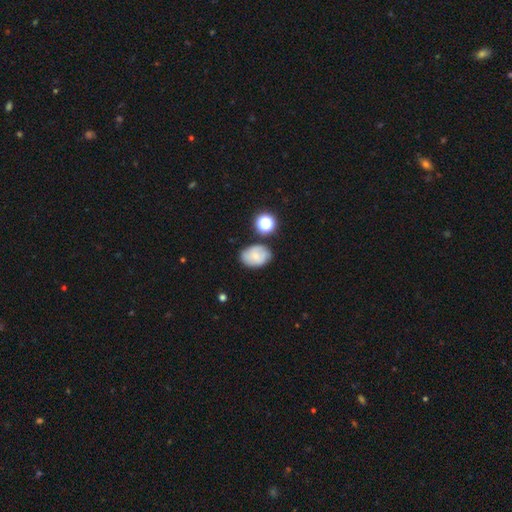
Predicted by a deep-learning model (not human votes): Smooth or featured? smooth (62%)
How rounded? in between (71%)
Merging? none (66%)